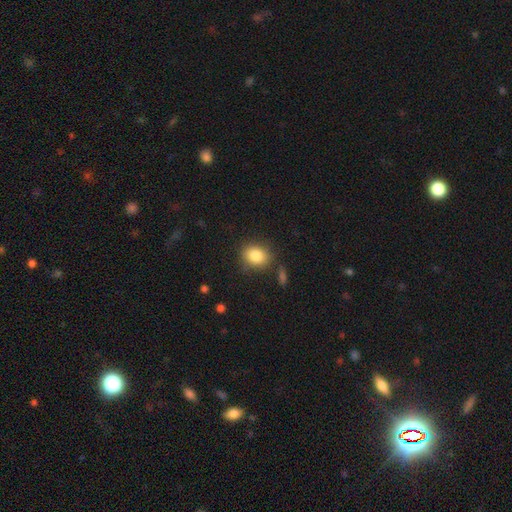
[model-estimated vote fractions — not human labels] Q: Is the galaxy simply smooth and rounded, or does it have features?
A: smooth — 85%.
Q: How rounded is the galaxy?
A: round — 55%.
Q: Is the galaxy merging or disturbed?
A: none — 80%.